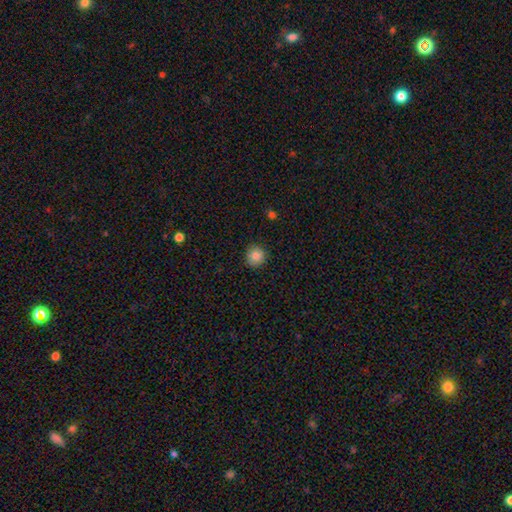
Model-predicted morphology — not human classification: smooth-or-featured: smooth: 84% | star or artifact: 10% | featured or disk: 6%
  how-rounded: round: 91% | in between: 8% | cigar-shaped: 1%
  merging: none: 89% | minor disturbance: 8% | major disturbance: 2% | merger: 1%